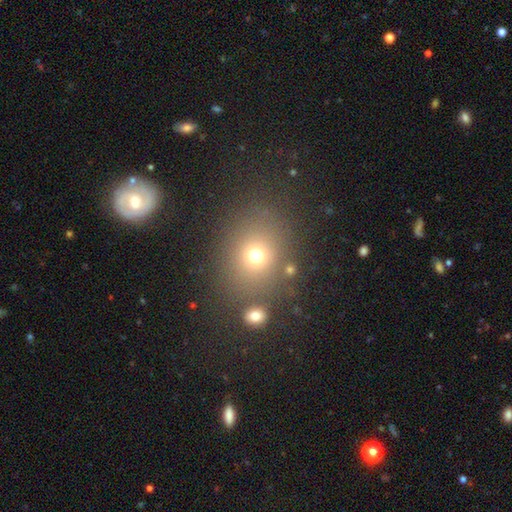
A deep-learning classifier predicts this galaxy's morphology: A smooth galaxy with no disk features (69%) that is round (64%).

Vote fractions:
- Smooth or featured? smooth: 69% / star or artifact: 20% / featured or disk: 11%
- How rounded? round: 64% / in between: 35% / cigar-shaped: 1%
- Merging? none: 74% / minor disturbance: 11% / merger: 9% / major disturbance: 6%